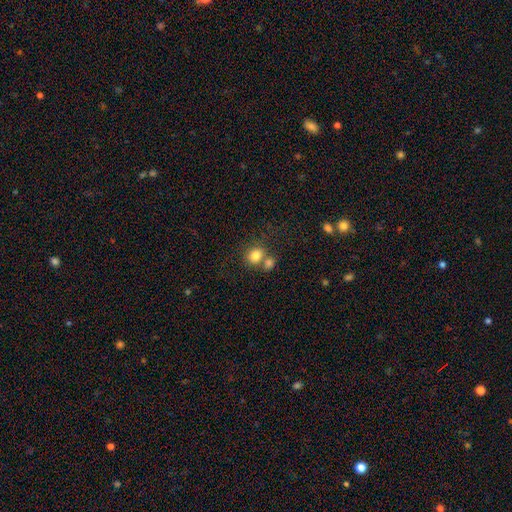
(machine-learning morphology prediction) Q: Smooth or featured?
A: smooth (81%); runner-up: star or artifact (11%)
Q: How rounded?
A: round (71%); runner-up: in between (28%)
Q: Merging?
A: none (50%); runner-up: merger (37%)